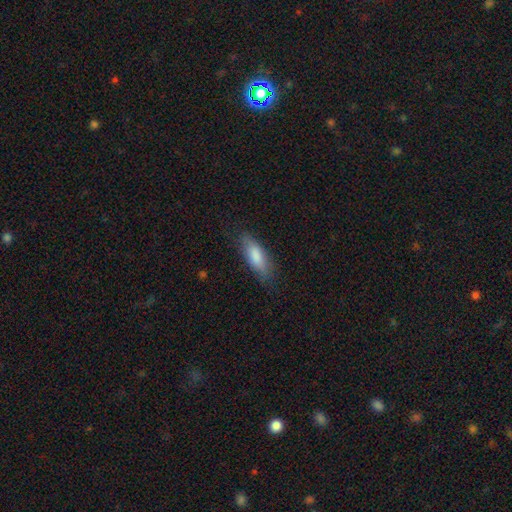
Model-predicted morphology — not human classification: A smooth galaxy with no disk features (81%) that is in between round and cigar-shaped (59%). Merging: none (80%).